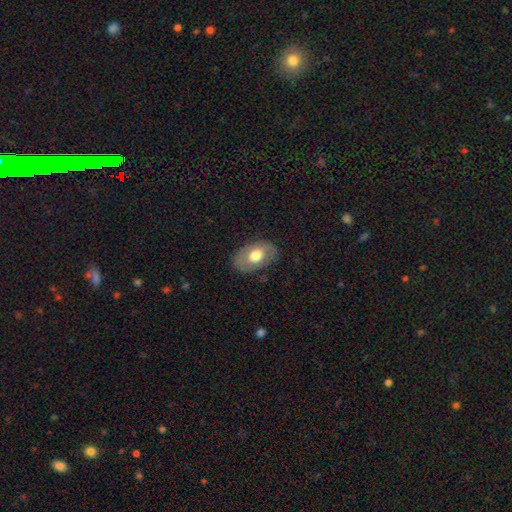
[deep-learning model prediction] Overall: smooth (59%; featured or disk 34%). How rounded: in between (86%). Merging: none (80%).